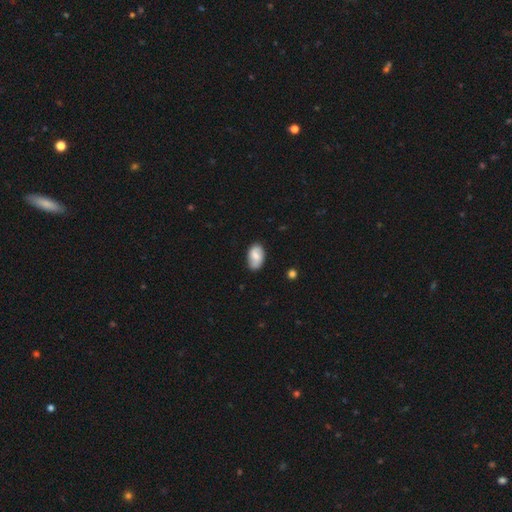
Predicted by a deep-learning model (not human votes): Overall: smooth (62%; featured or disk 31%). How rounded: in between (92%). Merging: none (80%).